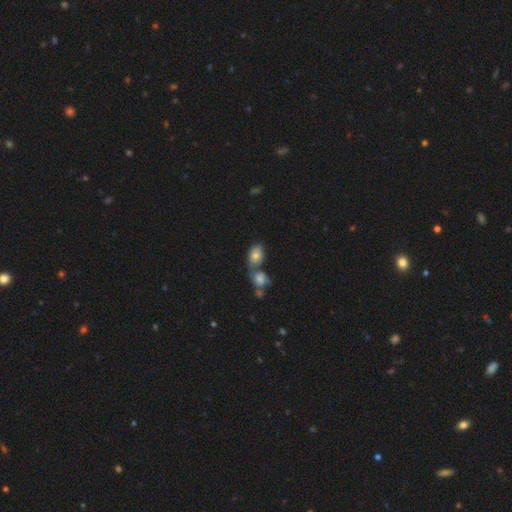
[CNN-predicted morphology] type=smooth (75%); roundness=in between (77%); merging=merger (51%).